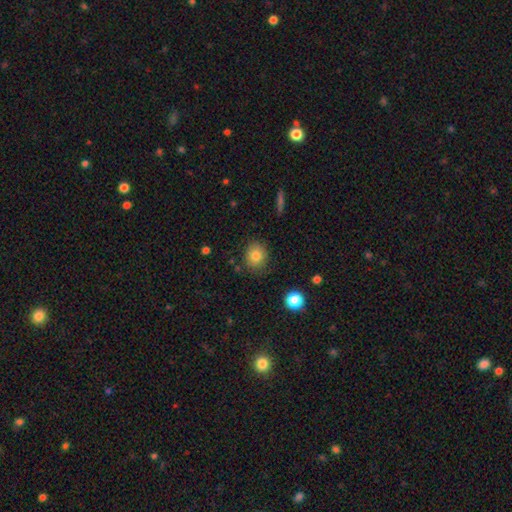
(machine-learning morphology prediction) Smooth or featured?
  - smooth: 81% *
  - star or artifact: 11%
  - featured or disk: 8%
How rounded?
  - round: 70% *
  - in between: 29%
  - cigar-shaped: 1%
Merging?
  - none: 83% *
  - minor disturbance: 12%
  - major disturbance: 3%
  - merger: 2%